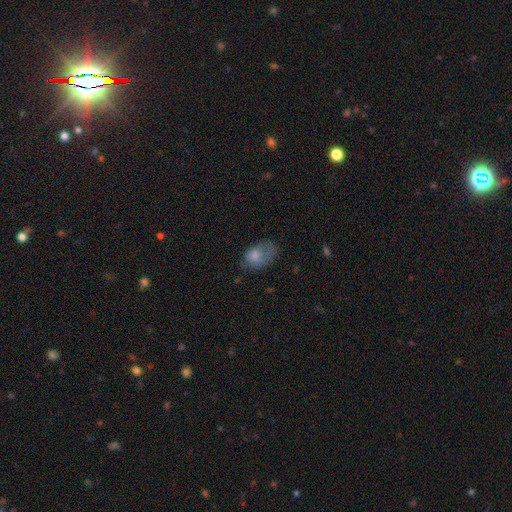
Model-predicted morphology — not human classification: Smooth or featured: smooth — 73% (featured or disk — 18%)
How rounded: in between — 86% (round — 13%)
Merging: none — 38% (minor disturbance — 33%)